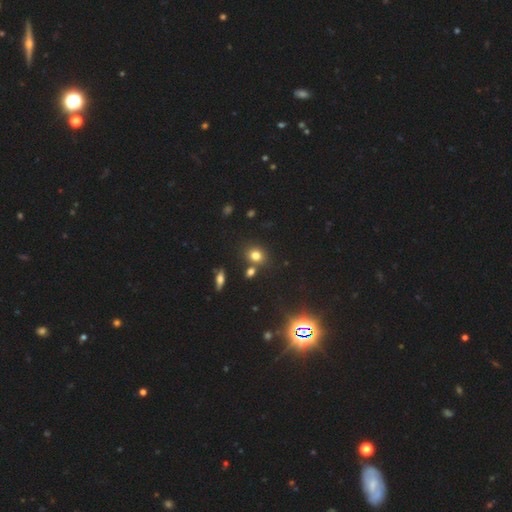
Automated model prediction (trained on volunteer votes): Q: Smooth or featured?
A: smooth (73%); runner-up: star or artifact (18%)
Q: How rounded?
A: round (66%); runner-up: in between (32%)
Q: Merging?
A: none (74%); runner-up: merger (13%)